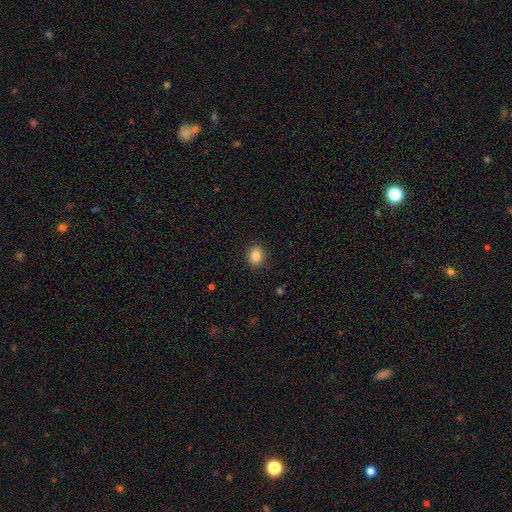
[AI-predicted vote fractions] Morphology: type=smooth (85%); roundness=in between (52%); merging=none (89%).